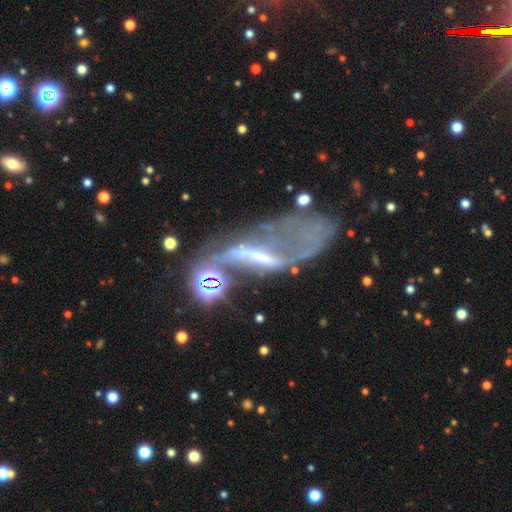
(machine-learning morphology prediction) A featured or disk galaxy (69%) with a strong bar (47%), spiral arms (57%) and no central bulge (41%).

Vote fractions:
- Smooth or featured? featured or disk: 69% / star or artifact: 16% / smooth: 15%
- Edge-on disk? no: 87% / yes: 13%
- Bar? strong: 47% / weak: 29% / no: 25%
- Spiral arms? yes: 57% / no: 43%
- Bulge size? none: 41% / small: 31% / moderate: 22% / large: 4% / dominant: 2%
- Merging? major disturbance: 41% / none: 25% / merger: 20% / minor disturbance: 15%